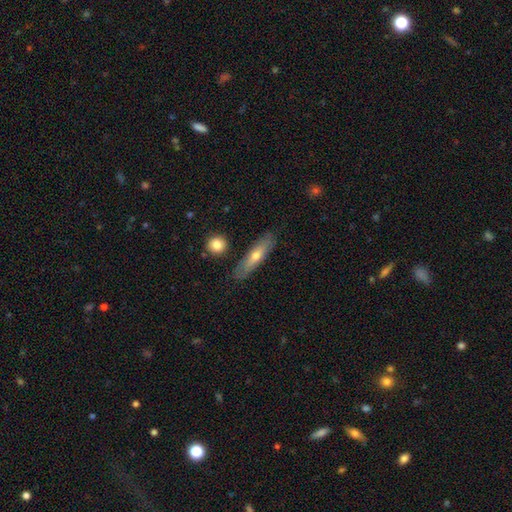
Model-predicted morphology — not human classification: A smooth galaxy with no disk features (54%) that is cigar-shaped (77%). Merging: none (83%).